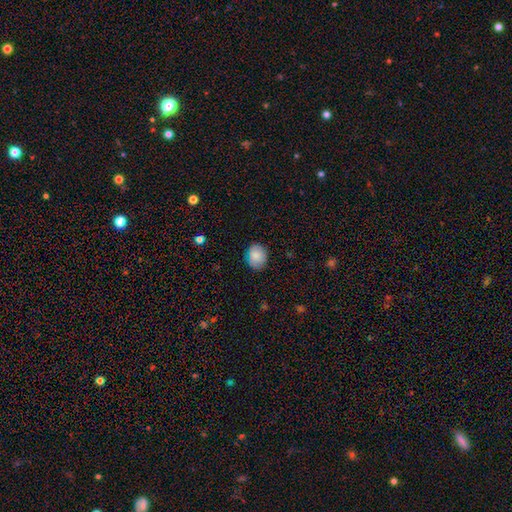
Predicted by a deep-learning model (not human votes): This is clearly a smooth galaxy (86%). How rounded: possibly round (53%). Merging: clearly none (84%).